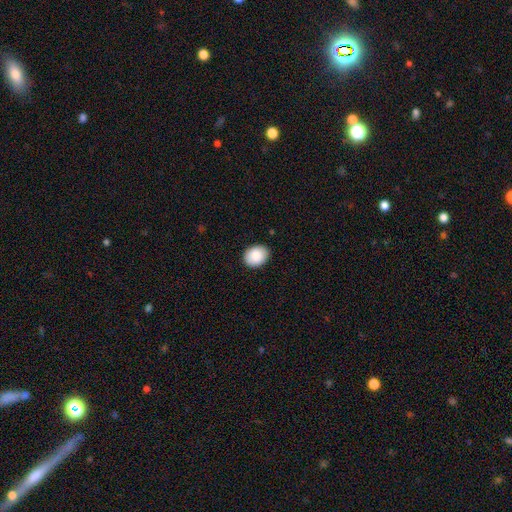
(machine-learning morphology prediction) A smooth galaxy with no disk features (88%) that is in between round and cigar-shaped (59%). Merging: none (89%).